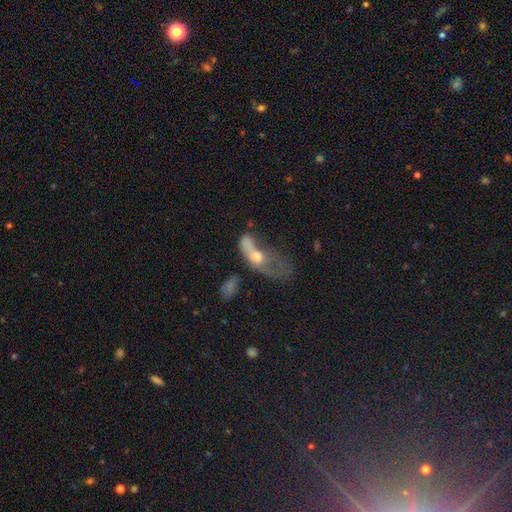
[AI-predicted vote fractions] Morphology: type=smooth (46%); merging=major disturbance (51%).